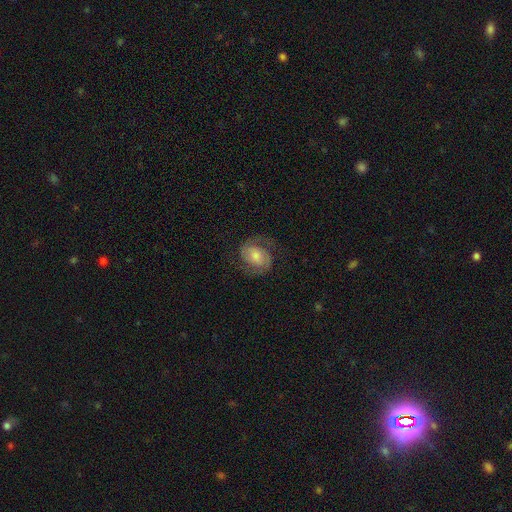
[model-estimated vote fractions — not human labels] Smooth or featured? Predicted: featured or disk (p=0.78). Edge-on disk? Predicted: no (p=0.98). Bar? Predicted: no (p=0.55). Spiral arms? Predicted: yes (p=0.95). Spiral winding? Predicted: medium (p=0.50). Spiral arm count? Predicted: 2 (p=0.91). Bulge size? Predicted: moderate (p=0.52). Merging? Predicted: none (p=0.75).